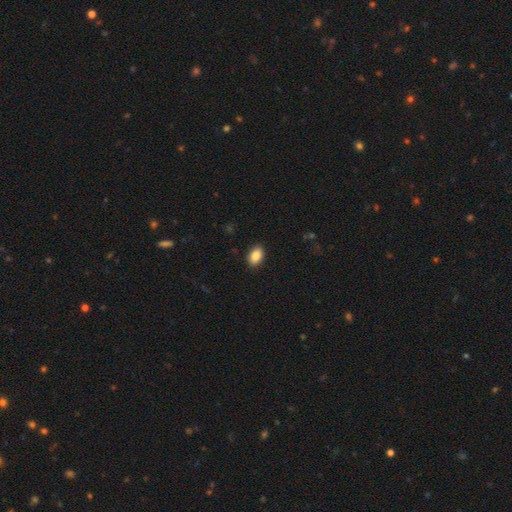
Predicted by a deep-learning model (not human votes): Overall: smooth (88%). How rounded: in between (90%). Merging: none (90%).